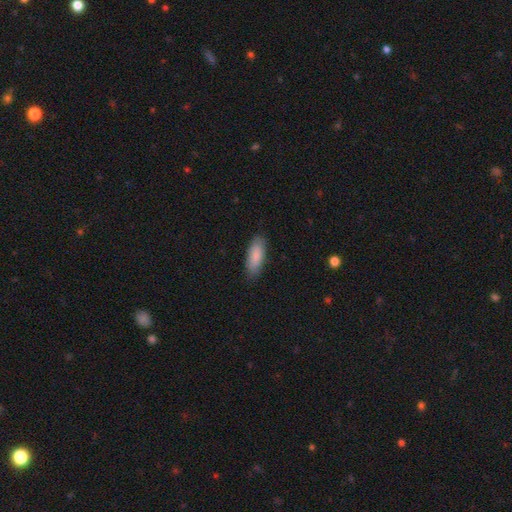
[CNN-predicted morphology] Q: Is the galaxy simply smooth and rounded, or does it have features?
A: smooth — 87%.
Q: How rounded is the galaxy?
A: in between — 76%.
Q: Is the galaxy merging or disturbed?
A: none — 84%.